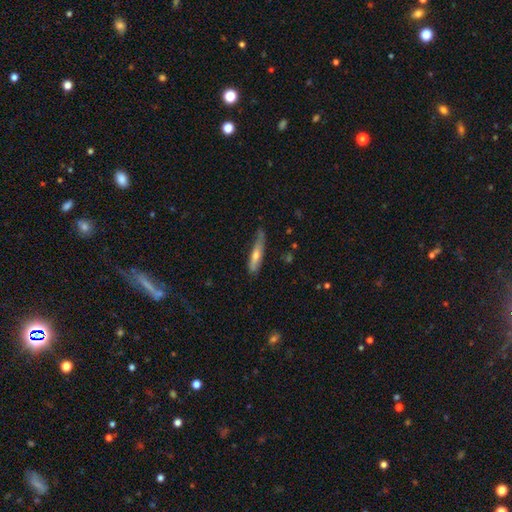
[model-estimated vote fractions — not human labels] A smooth galaxy with no disk features (53%) that is cigar-shaped (86%).

Vote fractions:
- Smooth or featured? smooth: 53% / featured or disk: 41% / star or artifact: 7%
- How rounded? cigar-shaped: 86% / in between: 13% / round: 2%
- Merging? none: 64% / minor disturbance: 28% / major disturbance: 6% / merger: 2%